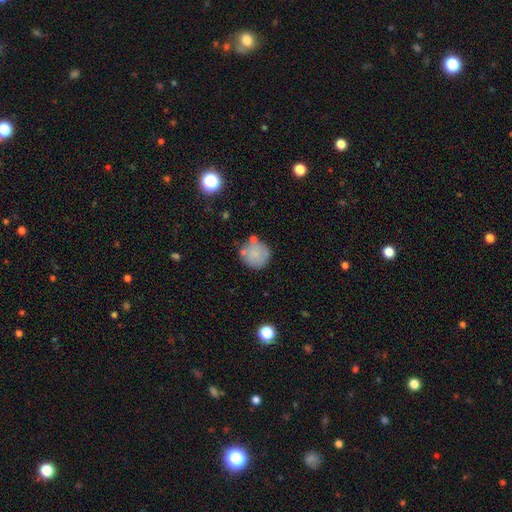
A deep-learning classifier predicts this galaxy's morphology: smooth-or-featured: smooth: 75% | featured or disk: 17% | star or artifact: 8%
  how-rounded: round: 92% | in between: 7% | cigar-shaped: 1%
  merging: none: 67% | minor disturbance: 18% | merger: 9% | major disturbance: 6%